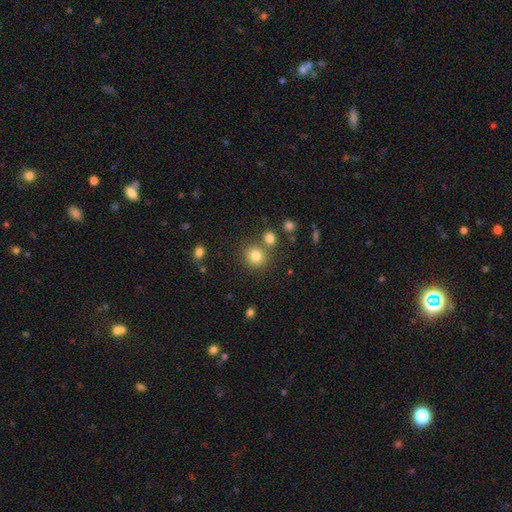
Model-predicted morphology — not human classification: smooth-or-featured: smooth: 81% | star or artifact: 12% | featured or disk: 7%
  how-rounded: round: 87% | in between: 13% | cigar-shaped: 1%
  merging: none: 73% | merger: 15% | minor disturbance: 8% | major disturbance: 3%